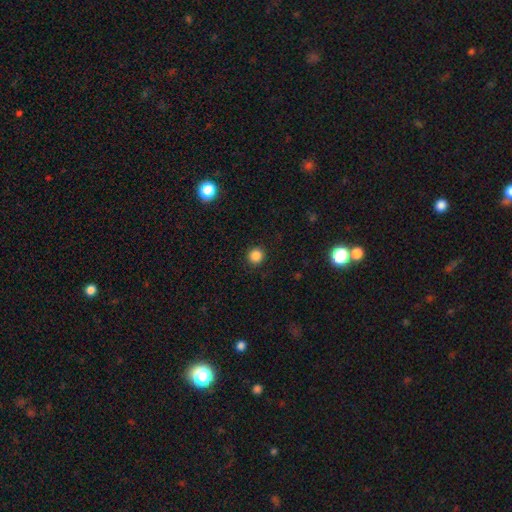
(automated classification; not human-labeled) Smooth or featured? Predicted: smooth (p=0.86). How rounded? Predicted: round (p=0.94). Merging? Predicted: none (p=0.92).